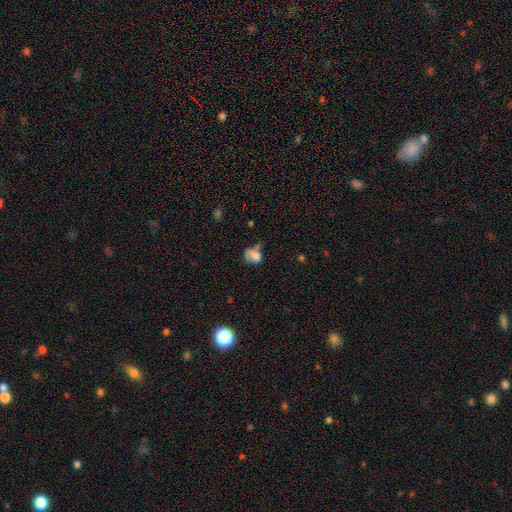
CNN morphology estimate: Overall: smooth (70%). How rounded: in between (55%; round 44%). Merging: minor disturbance (33%; none 32%).